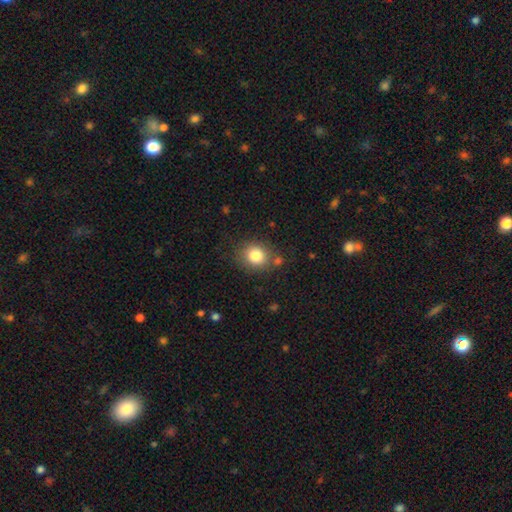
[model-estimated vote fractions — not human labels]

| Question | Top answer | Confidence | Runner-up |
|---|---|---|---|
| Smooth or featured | smooth | 82% | star or artifact (10%) |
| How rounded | round | 75% | in between (25%) |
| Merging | none | 78% | minor disturbance (12%) |